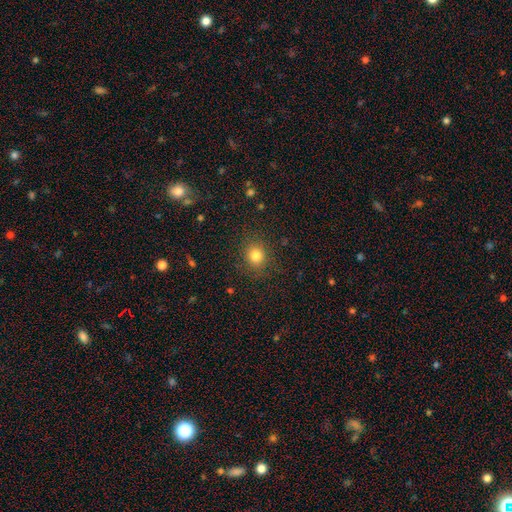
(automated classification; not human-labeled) smooth 82%, star or artifact 12%, featured or disk 6%. Down the decision tree: how rounded — round (80%); merging — none (87%).